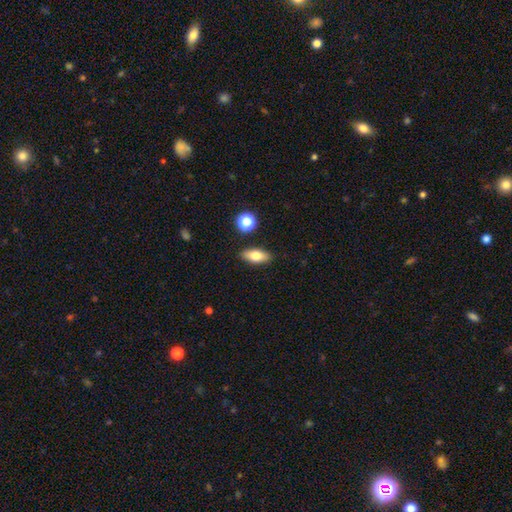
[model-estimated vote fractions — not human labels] This is likely a smooth galaxy (77%). How rounded: clearly in between (82%). Merging: clearly none (86%).